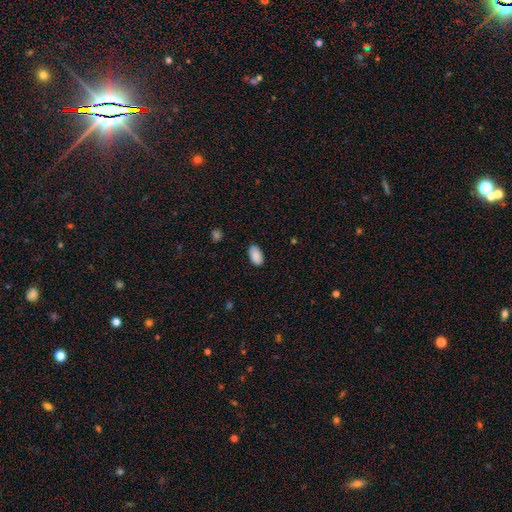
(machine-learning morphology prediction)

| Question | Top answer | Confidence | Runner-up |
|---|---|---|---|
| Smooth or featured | smooth | 90% | star or artifact (7%) |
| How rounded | in between | 95% | round (3%) |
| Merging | none | 86% | minor disturbance (11%) |